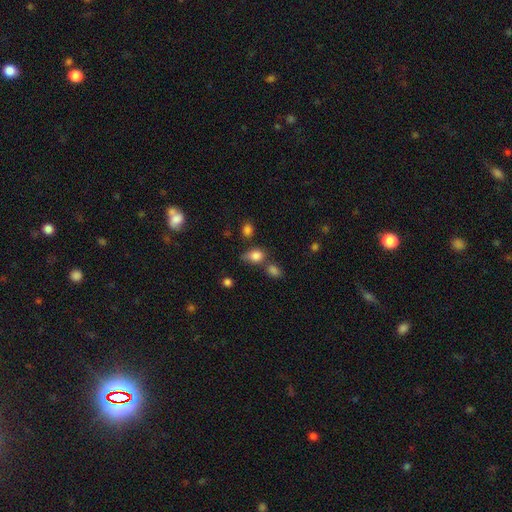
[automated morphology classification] This is clearly a smooth galaxy (81%). How rounded: likely in between (63%). Merging: possibly none (46%).